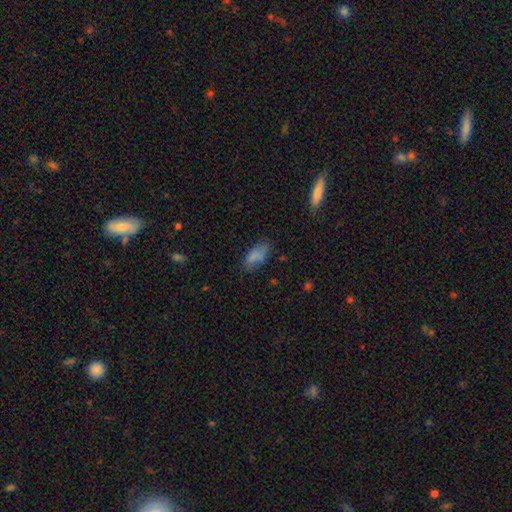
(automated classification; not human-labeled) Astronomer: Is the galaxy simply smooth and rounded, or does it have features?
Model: smooth — 78%.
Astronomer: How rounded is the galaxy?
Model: in between — 88%.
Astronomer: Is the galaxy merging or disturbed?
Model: none — 61%.